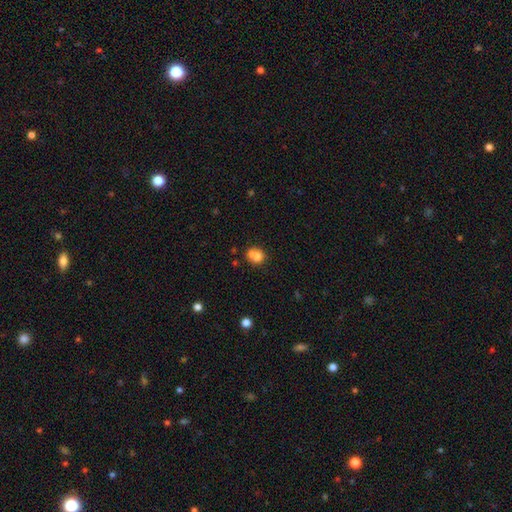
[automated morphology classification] Smooth or featured?
  - smooth: 72% *
  - featured or disk: 17%
  - star or artifact: 11%
How rounded?
  - round: 76% *
  - in between: 24%
  - cigar-shaped: 1%
Merging?
  - merger: 55% *
  - none: 34%
  - minor disturbance: 8%
  - major disturbance: 3%